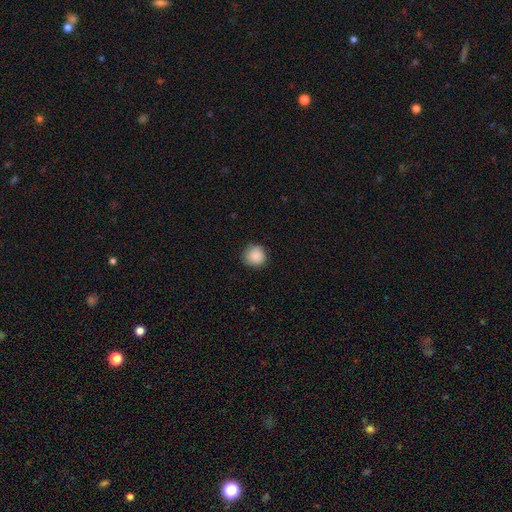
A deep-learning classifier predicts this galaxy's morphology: A smooth galaxy with no disk features (88%) that is round (93%).

Vote fractions:
- Smooth or featured? smooth: 88% / star or artifact: 8% / featured or disk: 4%
- How rounded? round: 93% / in between: 6% / cigar-shaped: 1%
- Merging? none: 84% / minor disturbance: 12% / major disturbance: 3% / merger: 1%